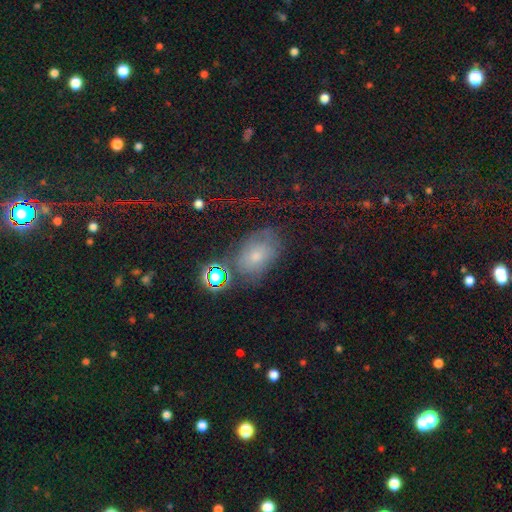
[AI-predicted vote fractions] Morphology: type=smooth (46%); merging=none (62%).